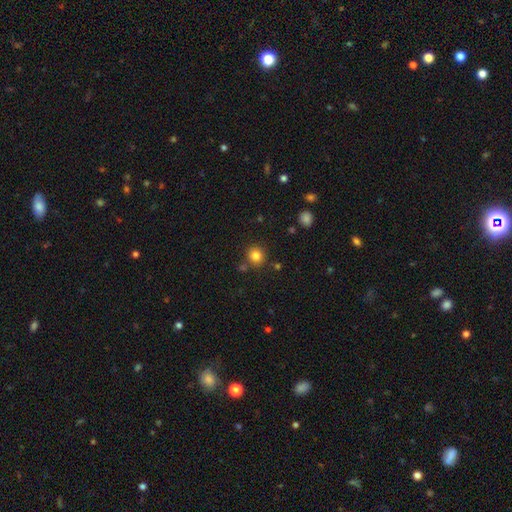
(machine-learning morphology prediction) A smooth galaxy with no disk features (82%) that is round (91%). Merging: none (81%).